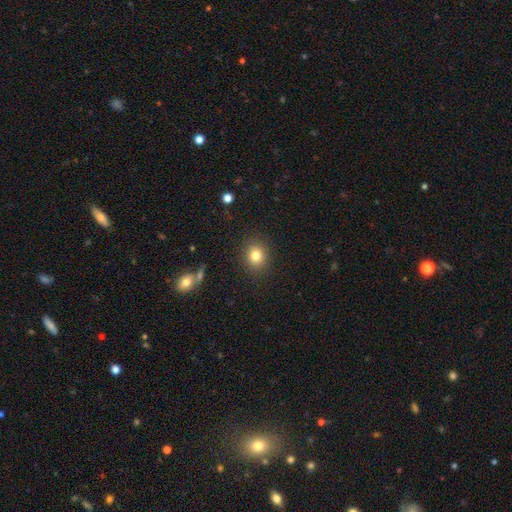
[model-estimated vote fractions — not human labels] Smooth or featured? smooth (81%)
How rounded? round (73%)
Merging? none (87%)